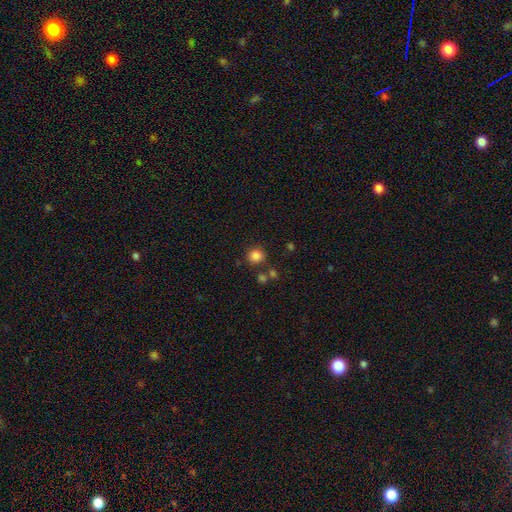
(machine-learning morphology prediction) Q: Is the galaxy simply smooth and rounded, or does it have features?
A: smooth — 84%.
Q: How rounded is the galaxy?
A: round — 90%.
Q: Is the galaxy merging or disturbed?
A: none — 82%.